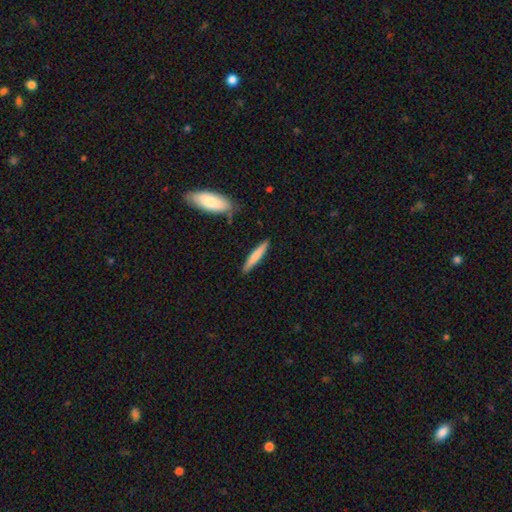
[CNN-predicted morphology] Smooth or featured? smooth (71%)
How rounded? cigar-shaped (93%)
Merging? none (87%)